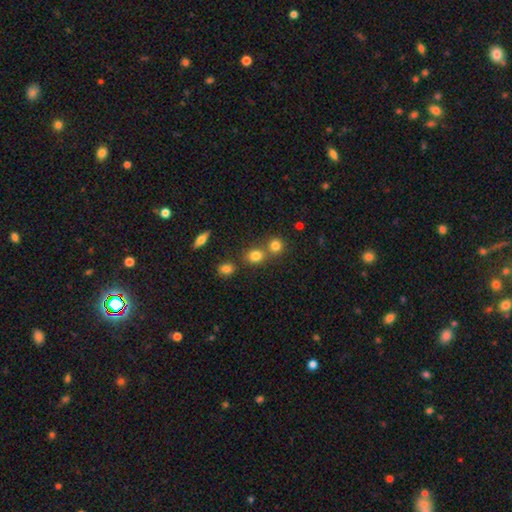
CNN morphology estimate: A smooth galaxy with no disk features (79%) that is round (69%).

Vote fractions:
- Smooth or featured? smooth: 79% / star or artifact: 12% / featured or disk: 8%
- How rounded? round: 69% / in between: 30% / cigar-shaped: 2%
- Merging? none: 54% / merger: 34% / minor disturbance: 8% / major disturbance: 3%